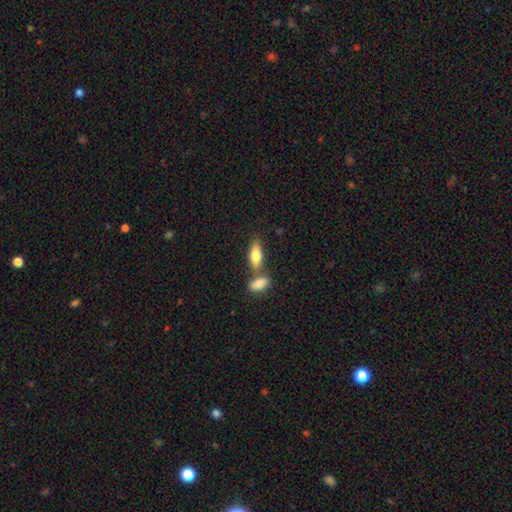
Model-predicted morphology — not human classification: Smooth or featured? smooth (72%)
How rounded? in between (71%)
Merging? none (51%)